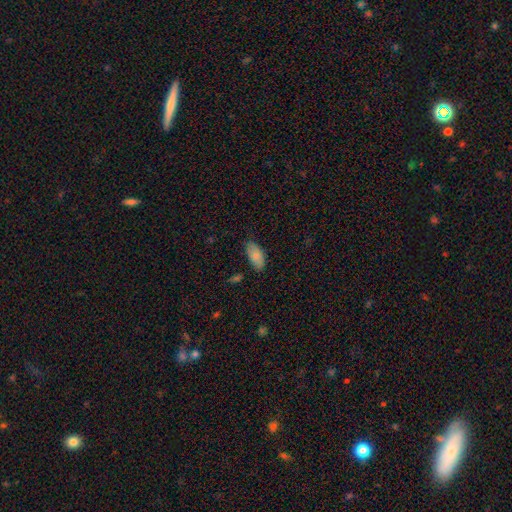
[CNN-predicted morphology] type=smooth (82%); roundness=in between (93%); merging=none (78%).